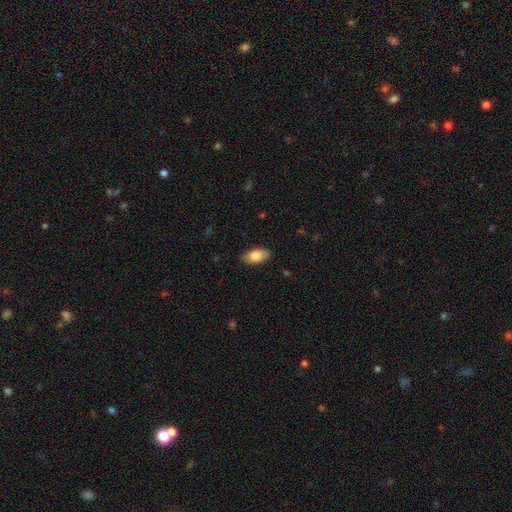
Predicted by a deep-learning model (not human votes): Morphology: type=smooth (80%); roundness=in between (94%); merging=none (86%).